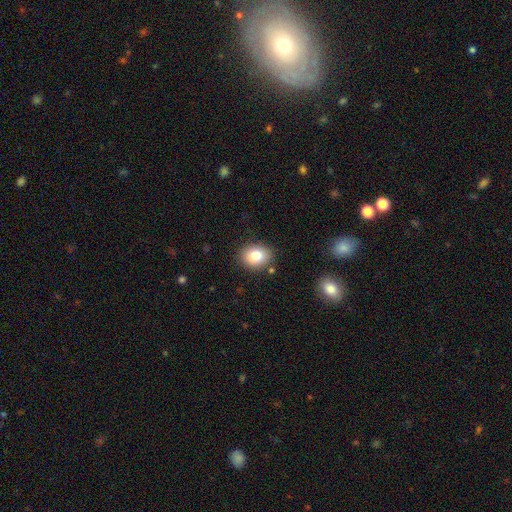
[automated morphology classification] smooth_or_featured: smooth (p=0.84) [alt: star or artifact p=0.09]
how_rounded: in between (p=0.60) [alt: round p=0.39]
merging: none (p=0.84) [alt: minor disturbance p=0.11]